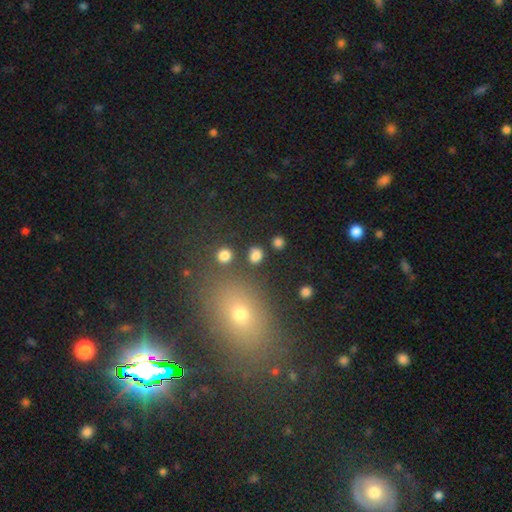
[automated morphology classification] smooth 82%, star or artifact 13%, featured or disk 5%. Down the decision tree: how rounded — round (70%); merging — none (85%).